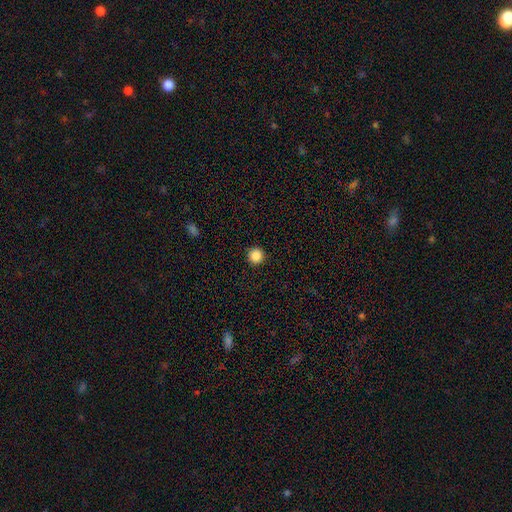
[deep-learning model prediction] This appears to be a smooth galaxy with no disk features (87%) that is round (96%). Merging: none (93%).